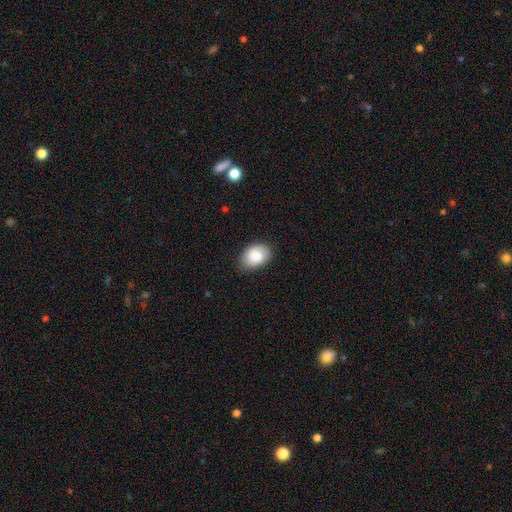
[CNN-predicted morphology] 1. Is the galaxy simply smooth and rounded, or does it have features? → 85% smooth, 9% featured or disk, 7% star or artifact.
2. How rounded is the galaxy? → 83% in between, 16% round, 1% cigar-shaped.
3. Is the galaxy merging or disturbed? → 78% none, 18% minor disturbance, 3% major disturbance, 1% merger.